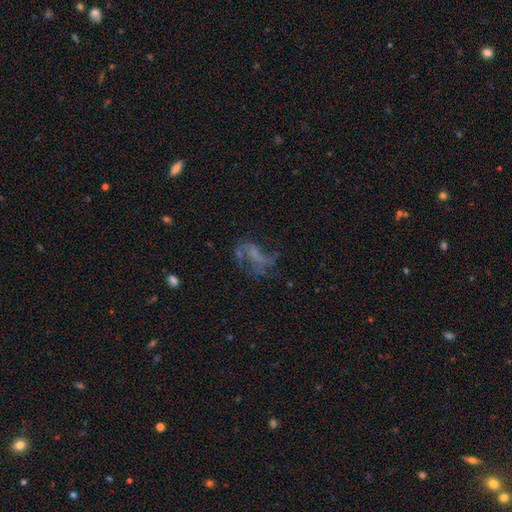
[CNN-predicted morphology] smooth_or_featured: featured or disk (p=0.60) [alt: smooth p=0.20]
disk_edge_on: no (p=0.97) [alt: yes p=0.03]
bar: no (p=0.63) [alt: weak p=0.26]
has_spiral_arms: yes (p=0.54) [alt: no p=0.46]
bulge_size: none (p=0.71) [alt: small p=0.16]
merging: major disturbance (p=0.39) [tied with: none p=0.39]